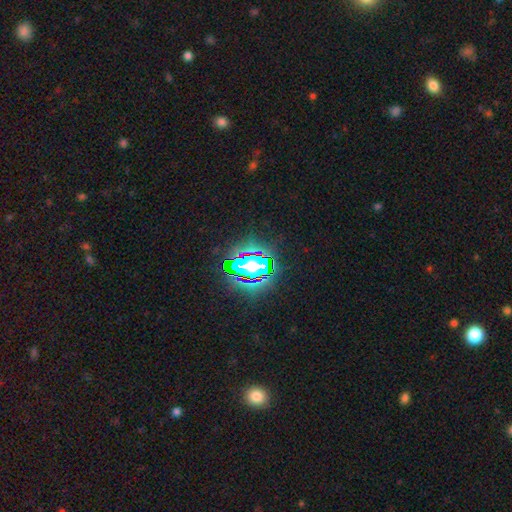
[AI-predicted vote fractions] Smooth or featured? Predicted: star or artifact (p=0.81).